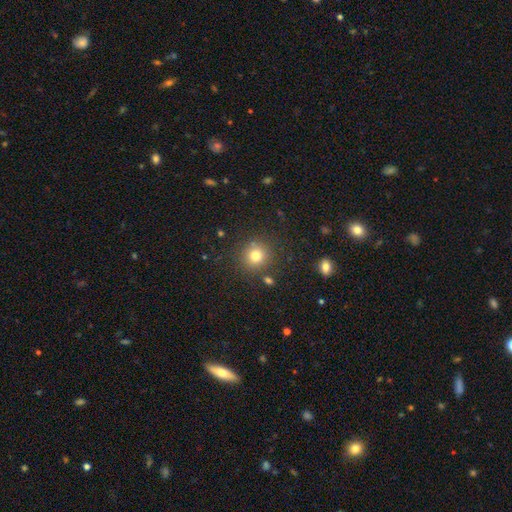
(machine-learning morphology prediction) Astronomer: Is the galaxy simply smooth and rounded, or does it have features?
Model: smooth — 79%.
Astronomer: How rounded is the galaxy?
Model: round — 90%.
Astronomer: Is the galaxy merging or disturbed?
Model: none — 84%.